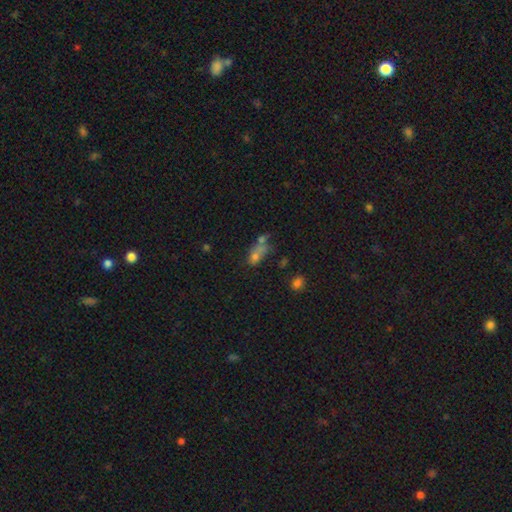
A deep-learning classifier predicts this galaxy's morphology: smooth-or-featured: smooth: 60% | featured or disk: 21% | star or artifact: 19%
  how-rounded: in between: 69% | round: 24% | cigar-shaped: 7%
  merging: merger: 45% | none: 28% | major disturbance: 14% | minor disturbance: 14%